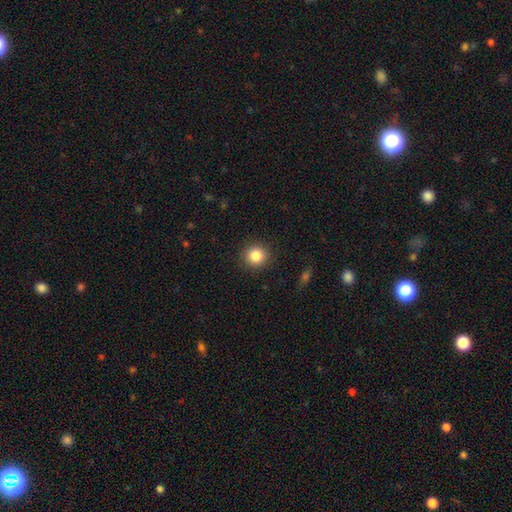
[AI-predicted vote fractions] The model was most divided on "smooth or featured": smooth: 85%, star or artifact: 10%, featured or disk: 5%. More confident: how rounded — round (91%); merging — none (90%).